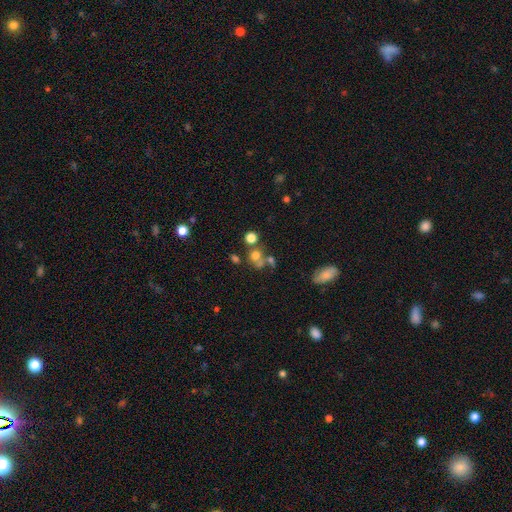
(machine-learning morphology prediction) Smooth or featured?
  - smooth: 65% *
  - star or artifact: 20%
  - featured or disk: 15%
How rounded?
  - round: 78% *
  - in between: 21%
  - cigar-shaped: 1%
Merging?
  - none: 48% *
  - merger: 34%
  - minor disturbance: 11%
  - major disturbance: 8%